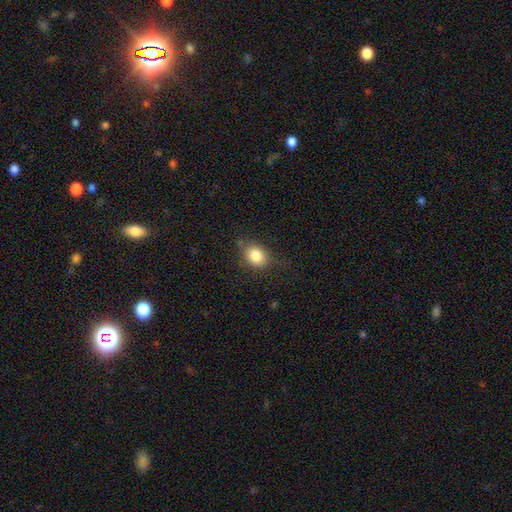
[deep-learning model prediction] A smooth galaxy with no disk features (82%) that is in between round and cigar-shaped (50%). Merging: none (70%).